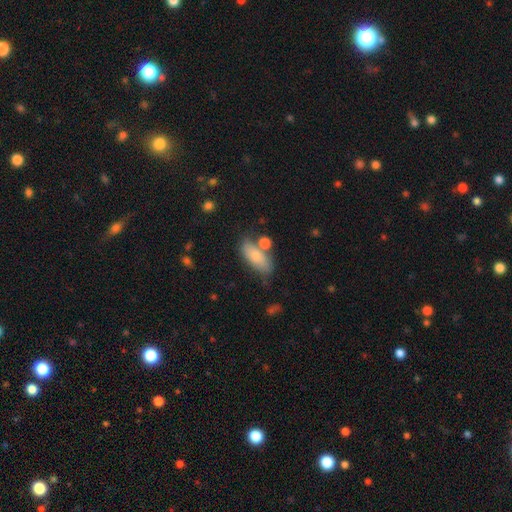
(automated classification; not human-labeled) Q: Smooth or featured?
A: smooth (81%); runner-up: featured or disk (12%)
Q: How rounded?
A: in between (80%); runner-up: cigar-shaped (17%)
Q: Merging?
A: none (61%); runner-up: minor disturbance (18%)